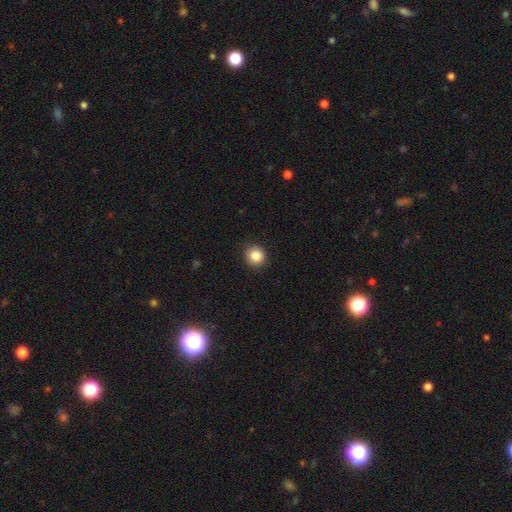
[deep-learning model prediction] A smooth galaxy with no disk features (86%) that is round (88%).

Vote fractions:
- Smooth or featured? smooth: 86% / star or artifact: 10% / featured or disk: 4%
- How rounded? round: 88% / in between: 11% / cigar-shaped: 1%
- Merging? none: 91% / minor disturbance: 7% / major disturbance: 2% / merger: 1%